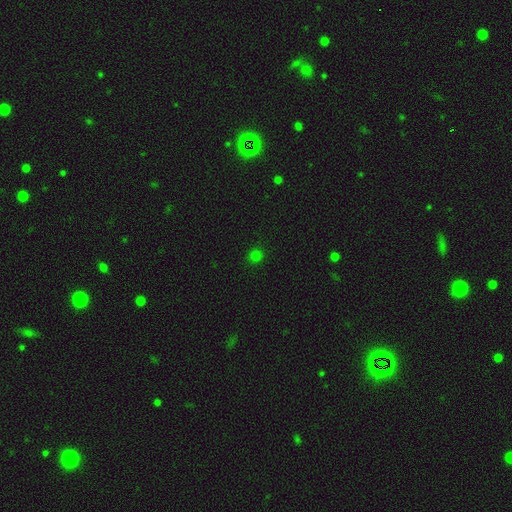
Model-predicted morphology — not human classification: The model was most divided on "smooth or featured": smooth: 77%, star or artifact: 20%, featured or disk: 3%. More confident: merging — none (91%); how rounded — round (91%).